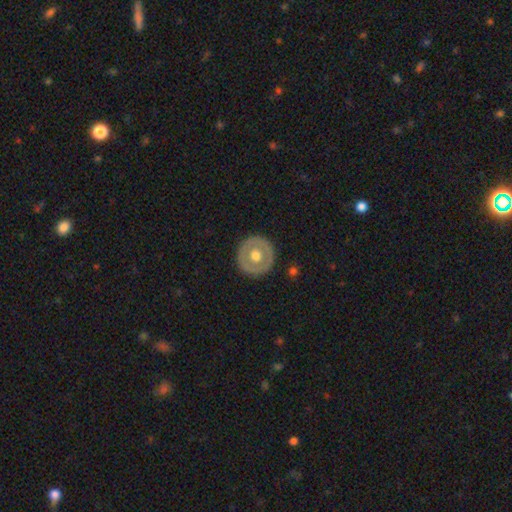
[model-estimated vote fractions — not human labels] Smooth or featured?
  - smooth: 48% *
  - featured or disk: 47%
  - star or artifact: 5%
Merging?
  - none: 89% *
  - minor disturbance: 7%
  - major disturbance: 2%
  - merger: 1%